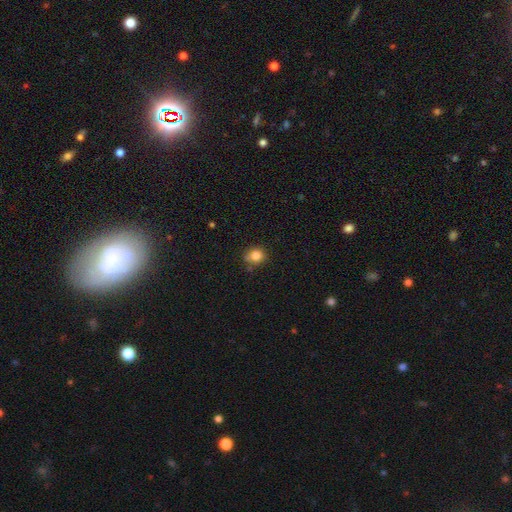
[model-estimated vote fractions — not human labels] smooth-or-featured: smooth: 83% | star or artifact: 11% | featured or disk: 6%
  how-rounded: round: 79% | in between: 20% | cigar-shaped: 1%
  merging: none: 71% | minor disturbance: 18% | merger: 6% | major disturbance: 4%